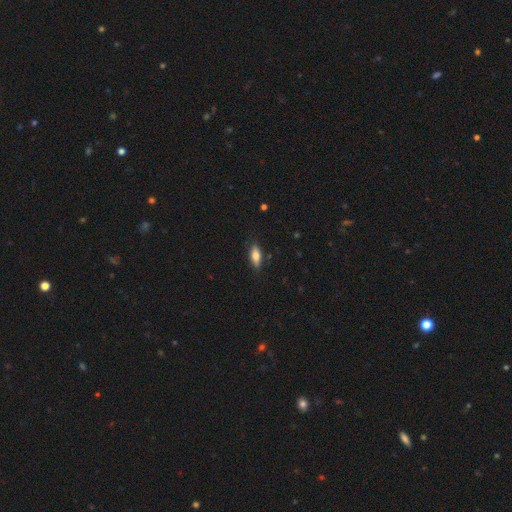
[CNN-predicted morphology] Overall: smooth (75%). How rounded: in between (72%). Merging: none (84%).